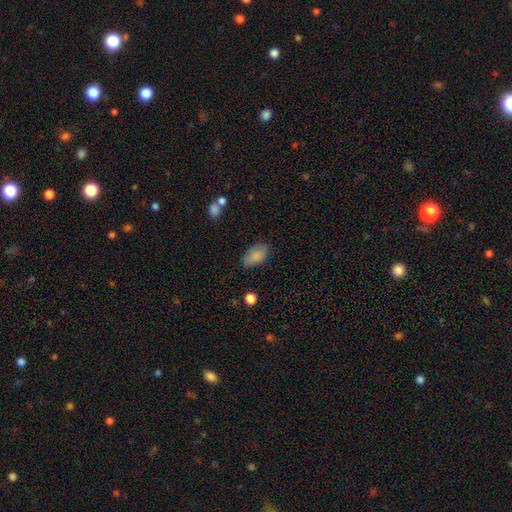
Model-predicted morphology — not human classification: The model was most divided on "merging": none: 71%, minor disturbance: 22%, major disturbance: 5%, merger: 2%. More confident: how rounded — in between (92%); smooth or featured — smooth (84%).